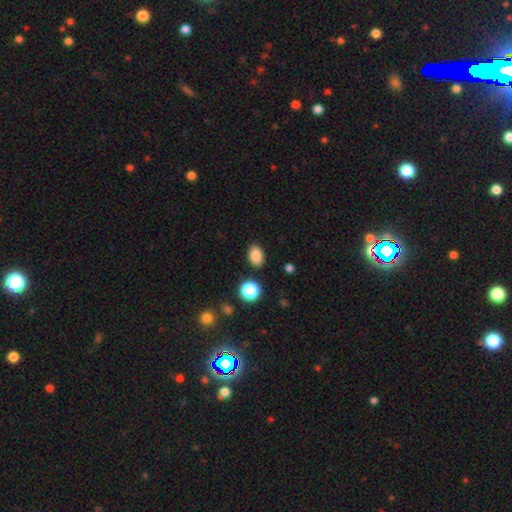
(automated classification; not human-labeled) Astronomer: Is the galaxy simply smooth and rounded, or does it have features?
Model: smooth — 85%.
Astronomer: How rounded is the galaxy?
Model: in between — 82%.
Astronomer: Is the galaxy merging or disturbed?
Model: none — 86%.